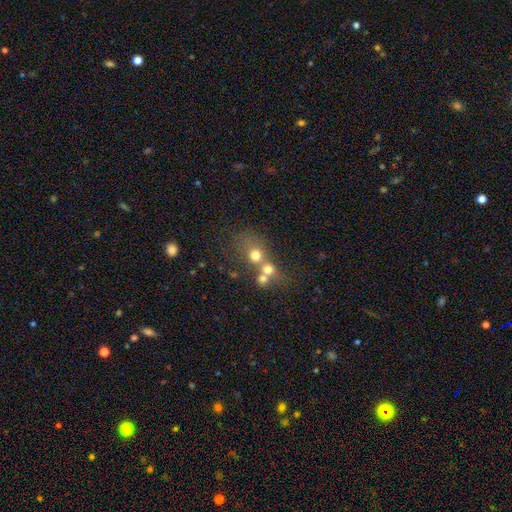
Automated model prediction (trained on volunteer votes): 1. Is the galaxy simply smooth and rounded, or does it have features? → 64% smooth, 20% featured or disk, 17% star or artifact.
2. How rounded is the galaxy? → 76% round, 23% in between, 2% cigar-shaped.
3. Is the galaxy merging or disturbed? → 56% merger, 31% none, 7% minor disturbance, 6% major disturbance.